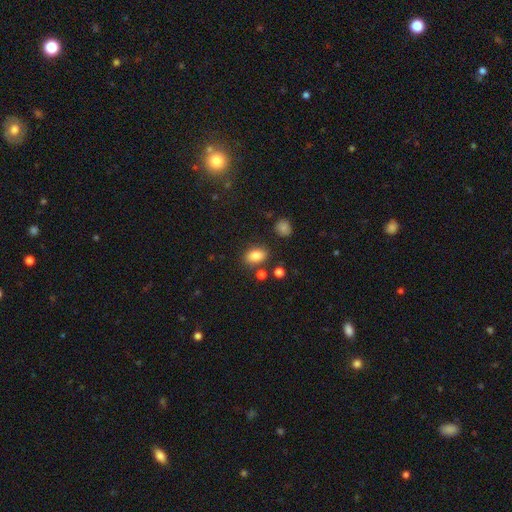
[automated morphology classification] Q: Smooth or featured?
A: smooth (83%); runner-up: star or artifact (10%)
Q: How rounded?
A: in between (82%); runner-up: round (16%)
Q: Merging?
A: none (79%); runner-up: minor disturbance (12%)